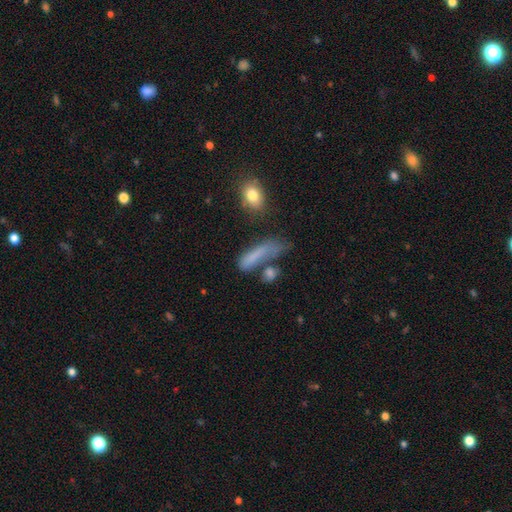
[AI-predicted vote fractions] Q: Smooth or featured?
A: smooth (66%); runner-up: featured or disk (20%)
Q: How rounded?
A: cigar-shaped (62%); runner-up: in between (33%)
Q: Merging?
A: none (40%); runner-up: major disturbance (21%)